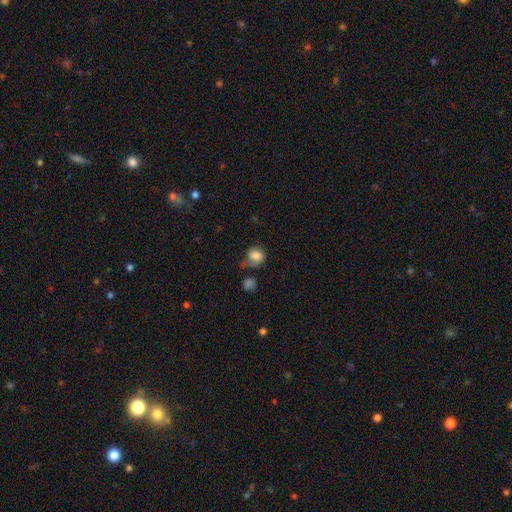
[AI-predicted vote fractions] smooth 78%, featured or disk 13%, star or artifact 10%. Down the decision tree: how rounded — round (68%); merging — none (44%).